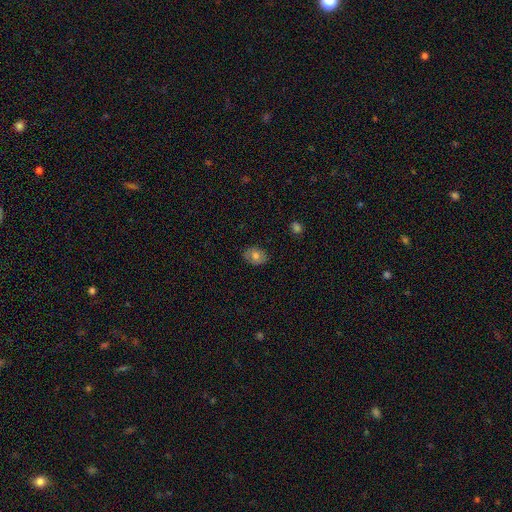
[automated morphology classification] The model was most divided on "how rounded": in between: 69%, round: 30%, cigar-shaped: 1%. More confident: merging — none (83%); smooth or featured — smooth (72%).